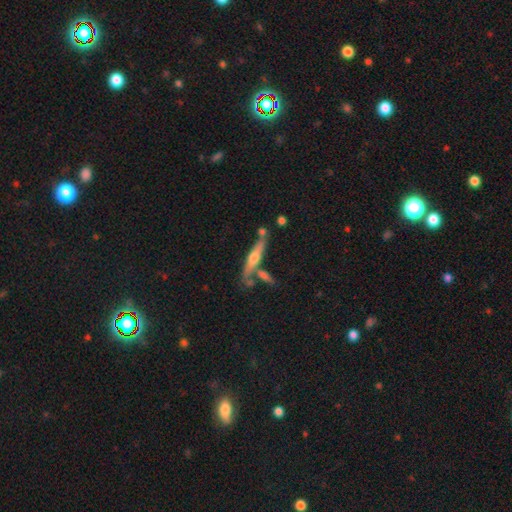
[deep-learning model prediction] A featured or disk galaxy (70%) viewed edge-on (95%) with a rounded central bulge (89%). Merging: none (70%).